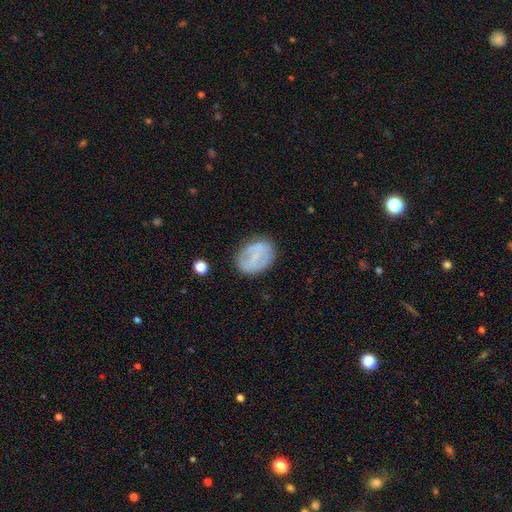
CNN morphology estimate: A smooth galaxy with no disk features (47%). Merging: none (76%).